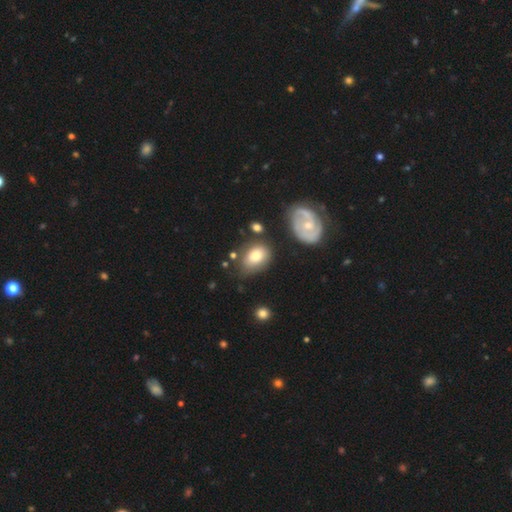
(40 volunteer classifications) Q: Smooth or featured?
A: smooth (68%); runner-up: featured or disk (30%)
Q: How rounded?
A: in between (74%); runner-up: round (26%)
Q: Merging?
A: minor disturbance (41%); runner-up: none (38%)